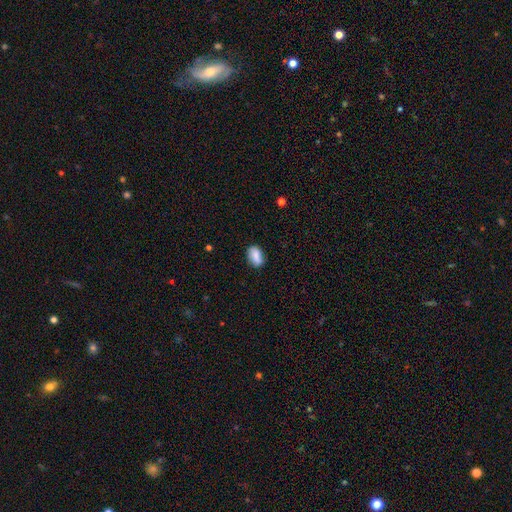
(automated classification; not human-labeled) This is clearly a smooth galaxy (84%). How rounded: clearly in between (86%). Merging: likely none (77%).